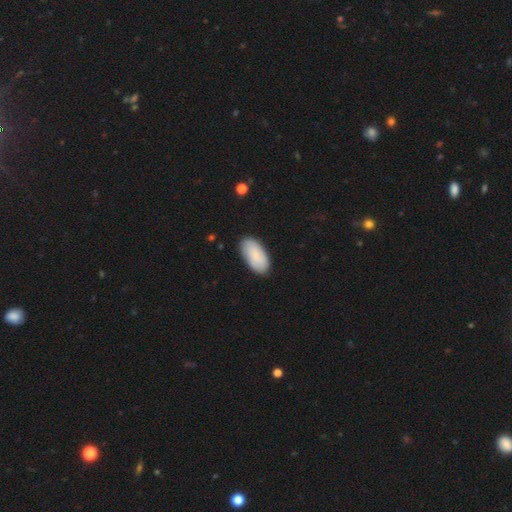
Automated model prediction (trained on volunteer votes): Overall: smooth (81%). How rounded: in between (94%). Merging: none (85%).